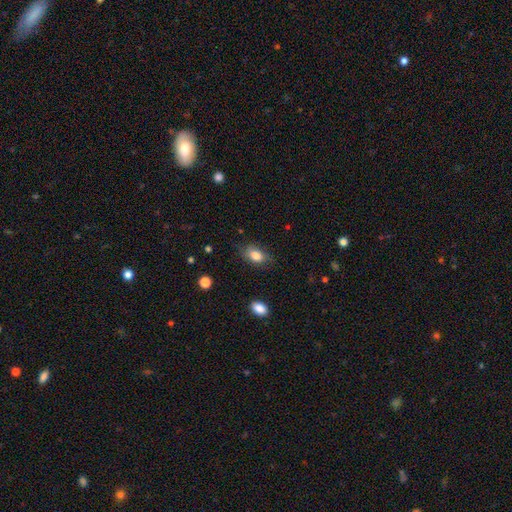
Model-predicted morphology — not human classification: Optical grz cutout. It shows a smooth galaxy with no disk features (82%) that is in between round and cigar-shaped (85%). Merging: none (74%).